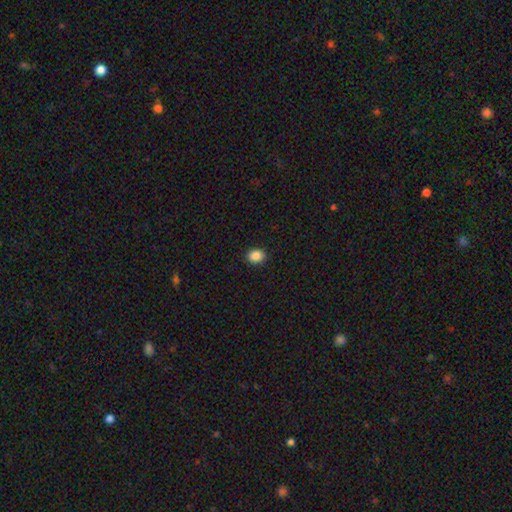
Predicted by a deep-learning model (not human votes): smooth-or-featured: smooth: 87% | star or artifact: 9% | featured or disk: 3%
  how-rounded: round: 58% | in between: 42% | cigar-shaped: 1%
  merging: none: 90% | minor disturbance: 7% | major disturbance: 2% | merger: 1%